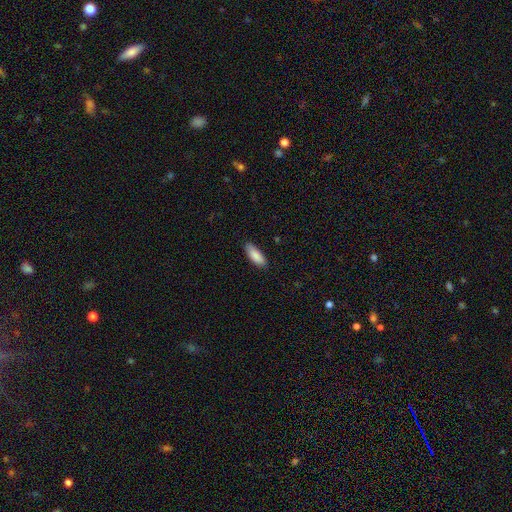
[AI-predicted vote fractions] Overall: smooth (89%). How rounded: in between (73%). Merging: none (82%).